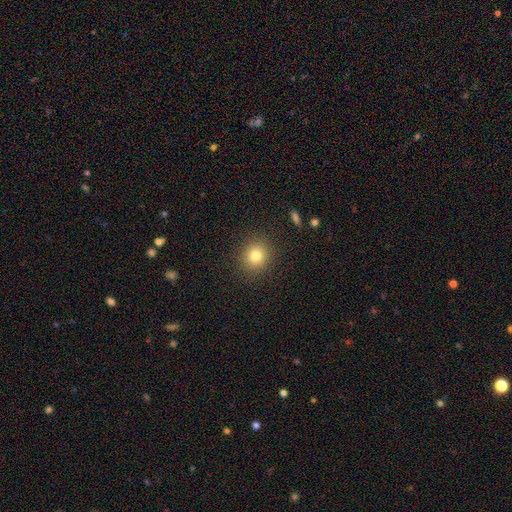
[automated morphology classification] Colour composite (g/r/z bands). It shows a smooth galaxy with no disk features (80%) that is round (88%). Merging: none (90%).